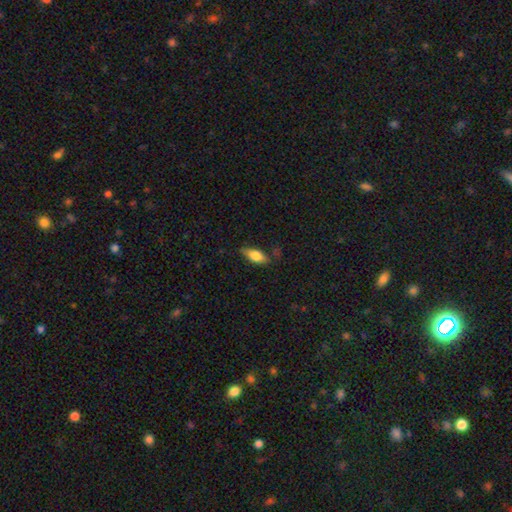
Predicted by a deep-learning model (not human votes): Morphology: type=smooth (75%); roundness=in between (82%); merging=none (72%).